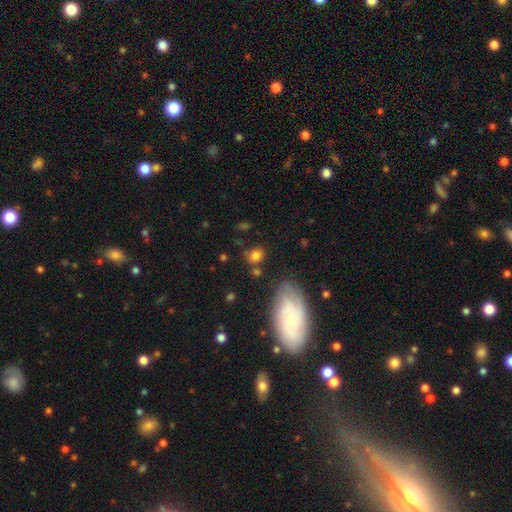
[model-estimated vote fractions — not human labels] smooth_or_featured: smooth (p=0.78) [alt: star or artifact p=0.12]
how_rounded: round (p=0.59) [alt: in between p=0.40]
merging: none (p=0.68) [alt: minor disturbance p=0.17]